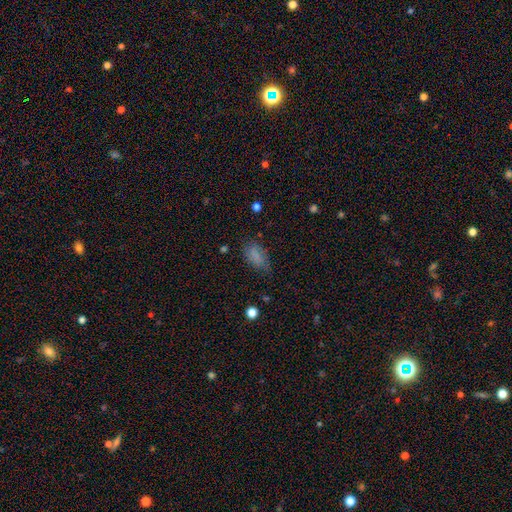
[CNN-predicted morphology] smooth-or-featured: smooth: 79% | star or artifact: 11% | featured or disk: 10%
  how-rounded: in between: 88% | cigar-shaped: 7% | round: 5%
  merging: none: 62% | minor disturbance: 27% | major disturbance: 9% | merger: 2%